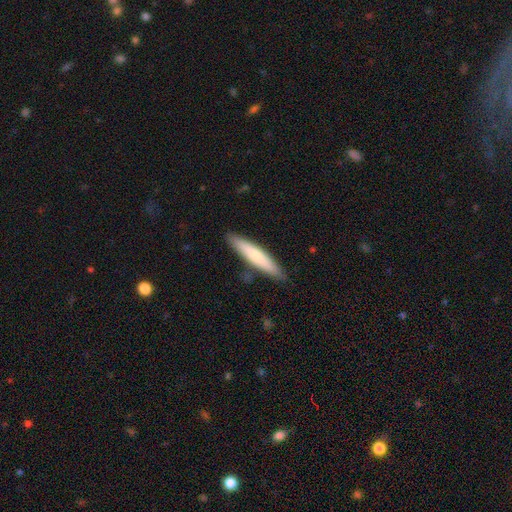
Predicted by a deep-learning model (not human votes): smooth_or_featured: smooth (p=0.70) [alt: featured or disk p=0.25]
how_rounded: cigar-shaped (p=0.90) [alt: in between p=0.09]
merging: none (p=0.87) [alt: minor disturbance p=0.10]